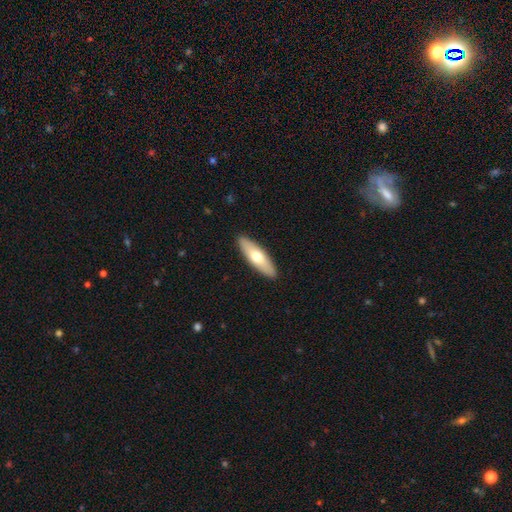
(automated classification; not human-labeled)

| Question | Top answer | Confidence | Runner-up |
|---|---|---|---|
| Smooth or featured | smooth | 57% | featured or disk (36%) |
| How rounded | cigar-shaped | 51% | in between (46%) |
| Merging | none | 90% | minor disturbance (7%) |